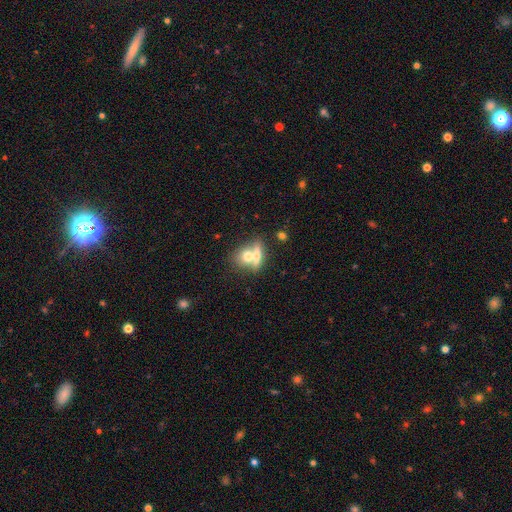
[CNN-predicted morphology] Smooth or featured? smooth (66%)
How rounded? round (45%)
Merging? merger (56%)